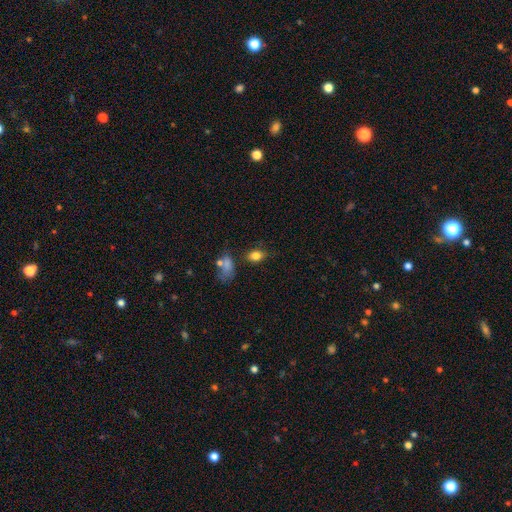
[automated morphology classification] A smooth galaxy with no disk features (80%) that is in between round and cigar-shaped (77%). Merging: none (65%).